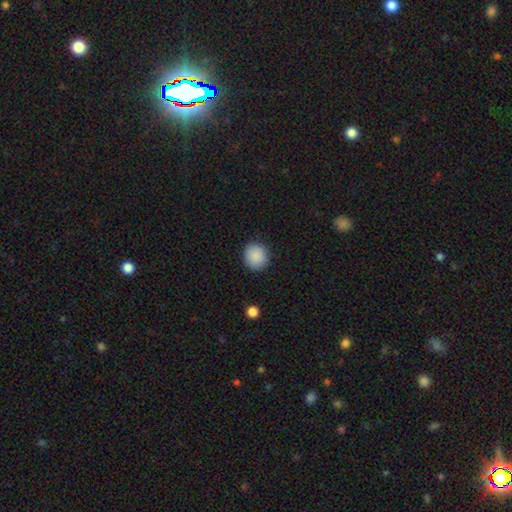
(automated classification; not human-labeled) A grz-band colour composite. It shows a smooth galaxy with no disk features (89%) that is round (89%). Merging: none (91%).